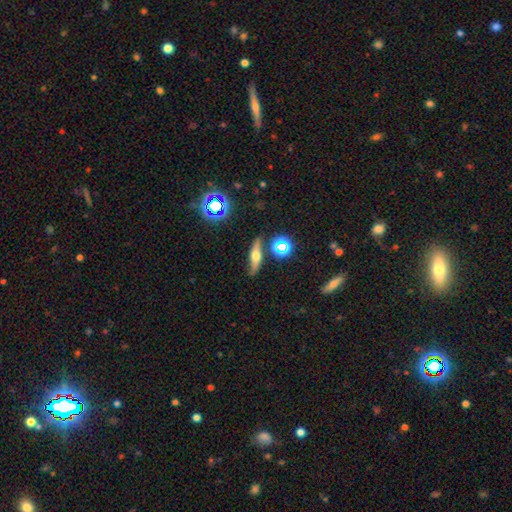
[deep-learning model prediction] This appears to be a featured or disk galaxy (51%) viewed edge-on (80%). Merging: none (79%).